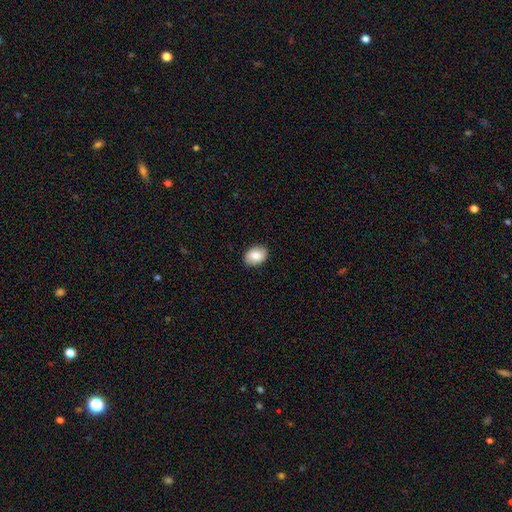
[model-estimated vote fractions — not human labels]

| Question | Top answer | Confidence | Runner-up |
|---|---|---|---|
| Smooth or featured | smooth | 84% | featured or disk (9%) |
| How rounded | in between | 79% | round (20%) |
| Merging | none | 89% | minor disturbance (9%) |